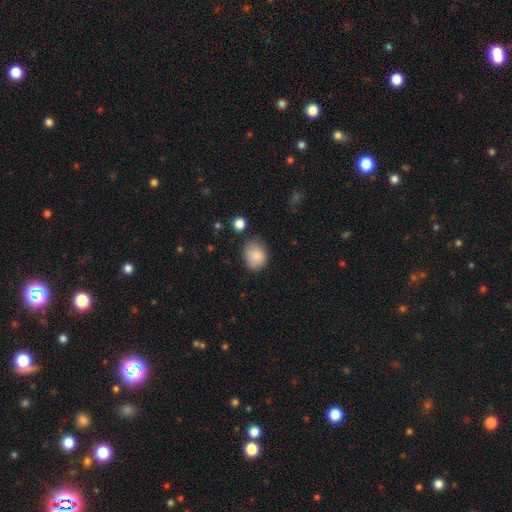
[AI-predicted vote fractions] Morphology: type=smooth (83%); roundness=in between (54%); merging=none (63%).